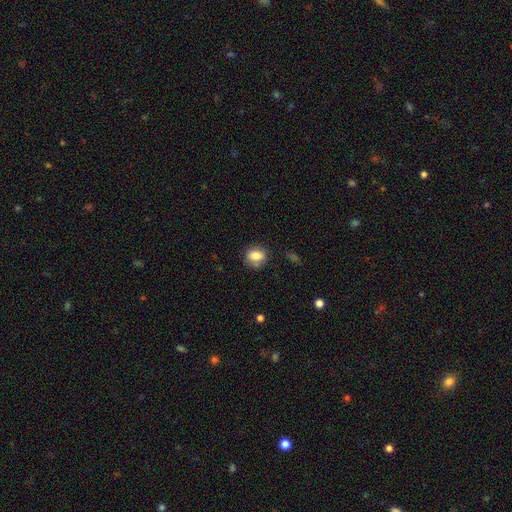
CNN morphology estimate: A smooth galaxy with no disk features (82%) that is in between round and cigar-shaped (50%).

Vote fractions:
- Smooth or featured? smooth: 82% / featured or disk: 9% / star or artifact: 9%
- How rounded? in between: 50% / round: 49% / cigar-shaped: 2%
- Merging? none: 73% / minor disturbance: 18% / major disturbance: 5% / merger: 4%